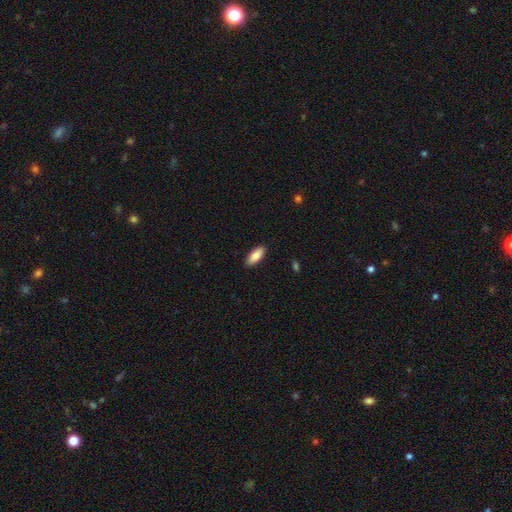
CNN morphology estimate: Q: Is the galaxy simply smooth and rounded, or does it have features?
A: smooth — 84%.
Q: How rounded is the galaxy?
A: in between — 79%.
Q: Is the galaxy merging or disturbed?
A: none — 89%.